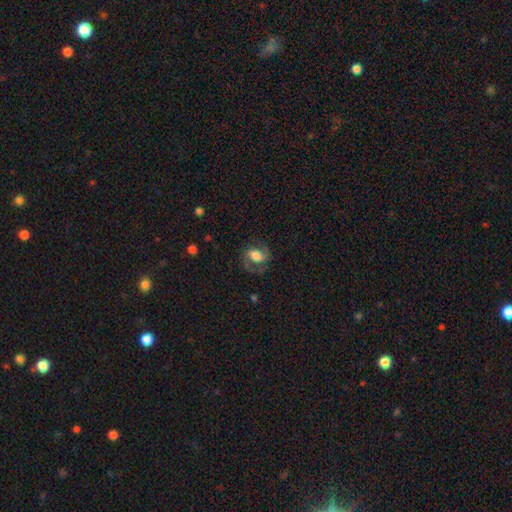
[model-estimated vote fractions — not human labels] This appears to be a featured or disk galaxy (68%) with a weak bar (41%), 2 (88%) medium (55%) spiral arms (91%) and a moderate central bulge (49%). Merging: none (71%).